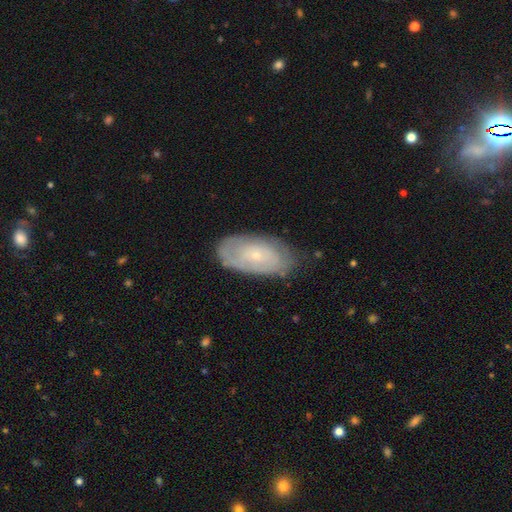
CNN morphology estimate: type=featured or disk (59%); edge-on=no (92%); bar=no (83%); spiral arms=yes (65%); bulge=small (79%); merging=none (71%).